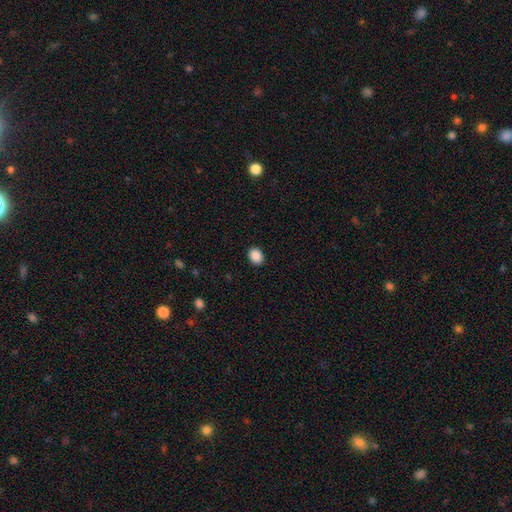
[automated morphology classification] Overall: smooth (89%). How rounded: in between (58%; round 41%). Merging: none (91%).